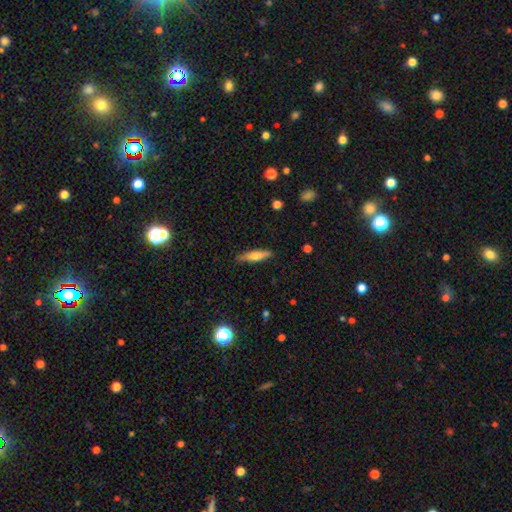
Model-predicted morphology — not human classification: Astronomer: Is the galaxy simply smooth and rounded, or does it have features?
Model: smooth — 55% (runner-up: featured or disk, 38%).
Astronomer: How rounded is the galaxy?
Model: cigar-shaped — 77%.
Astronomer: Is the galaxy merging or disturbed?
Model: none — 85%.